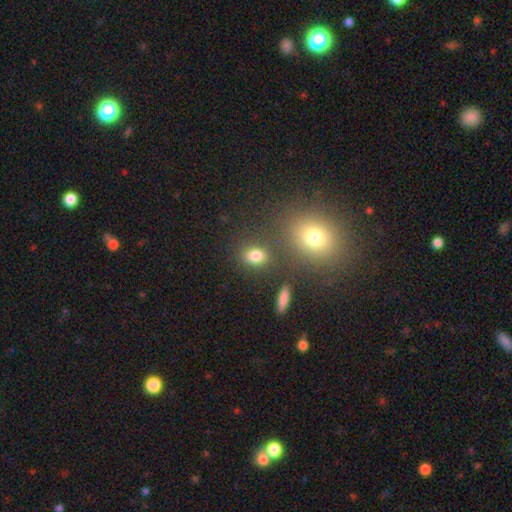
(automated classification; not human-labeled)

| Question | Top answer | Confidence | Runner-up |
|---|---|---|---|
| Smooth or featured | smooth | 80% | star or artifact (13%) |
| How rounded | in between | 63% | round (35%) |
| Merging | none | 76% | minor disturbance (11%) |